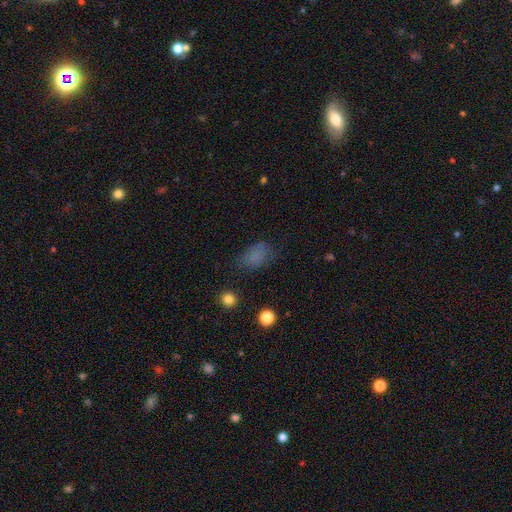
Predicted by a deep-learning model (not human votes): smooth-or-featured: smooth: 74% | star or artifact: 17% | featured or disk: 9%
  how-rounded: in between: 85% | round: 13% | cigar-shaped: 2%
  merging: none: 63% | minor disturbance: 24% | major disturbance: 12% | merger: 2%